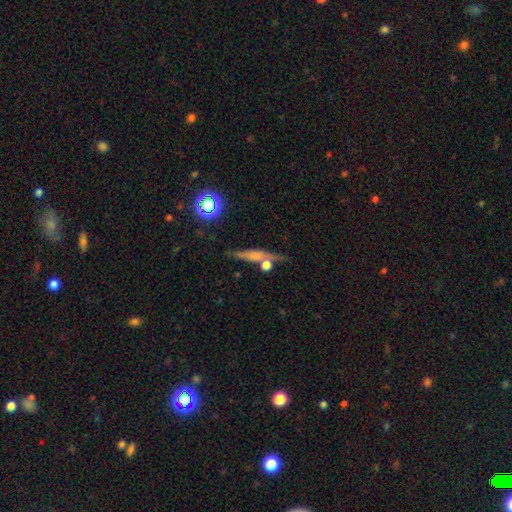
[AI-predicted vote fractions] The model was most divided on "smooth or featured": smooth: 44%, featured or disk: 42%, star or artifact: 14%. More confident: merging — none (64%).